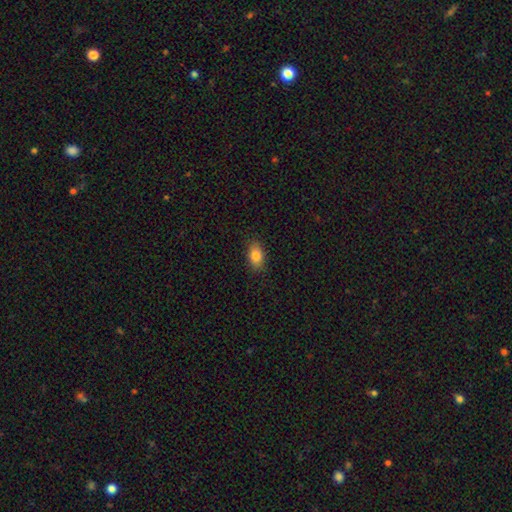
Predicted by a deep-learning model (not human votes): Q: Smooth or featured?
A: smooth (84%); runner-up: star or artifact (8%)
Q: How rounded?
A: in between (87%); runner-up: round (11%)
Q: Merging?
A: none (86%); runner-up: minor disturbance (11%)